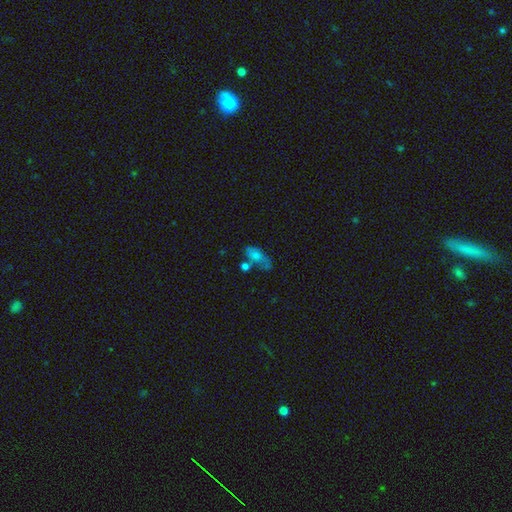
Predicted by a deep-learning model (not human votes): smooth 64%, featured or disk 24%, star or artifact 12%. Down the decision tree: how rounded — in between (82%); merging — none (35%).